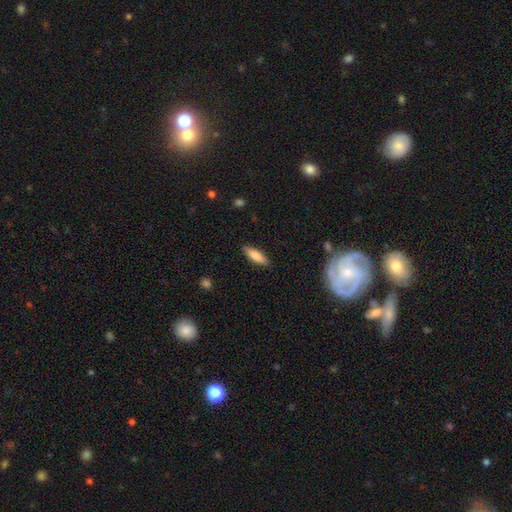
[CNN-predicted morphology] smooth-or-featured: smooth: 78% | featured or disk: 16% | star or artifact: 6%
  how-rounded: cigar-shaped: 51% | in between: 47% | round: 2%
  merging: none: 87% | minor disturbance: 9% | major disturbance: 2% | merger: 1%